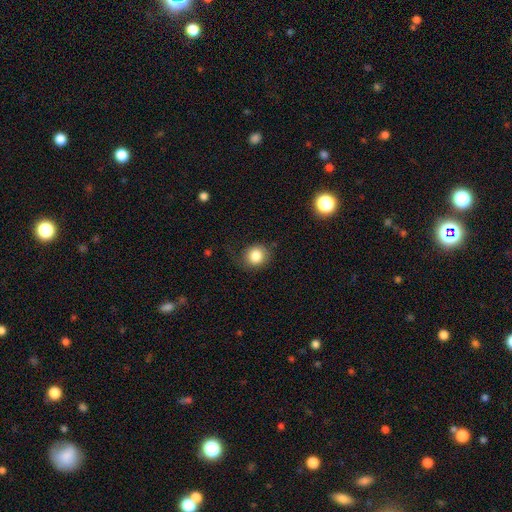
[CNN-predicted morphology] A smooth galaxy with no disk features (83%) that is round (79%).

Vote fractions:
- Smooth or featured? smooth: 83% / star or artifact: 9% / featured or disk: 8%
- How rounded? round: 79% / in between: 20% / cigar-shaped: 1%
- Merging? none: 70% / minor disturbance: 20% / major disturbance: 8% / merger: 2%